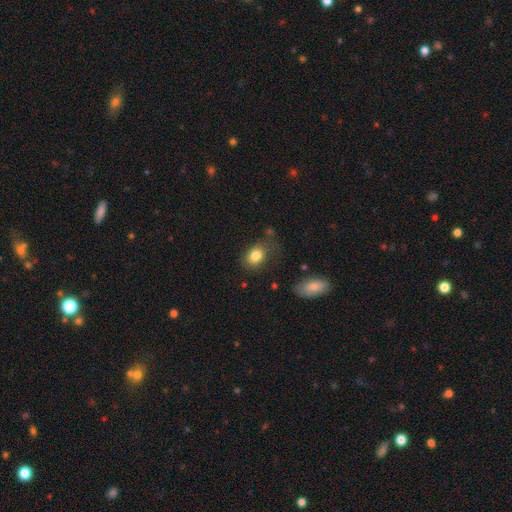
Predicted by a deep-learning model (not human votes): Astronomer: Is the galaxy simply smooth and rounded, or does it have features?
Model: smooth — 82%.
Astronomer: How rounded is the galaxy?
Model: in between — 64%.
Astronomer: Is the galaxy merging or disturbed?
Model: none — 68%.